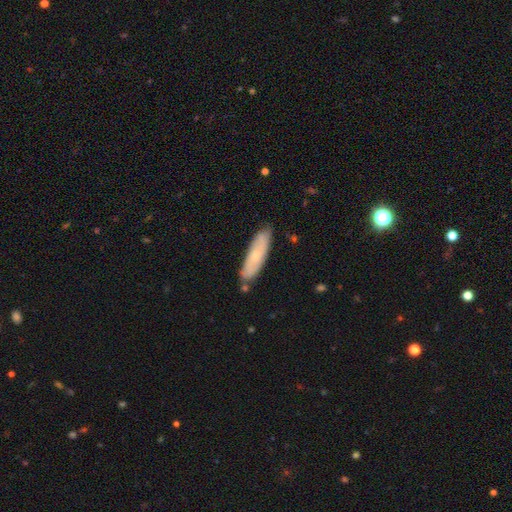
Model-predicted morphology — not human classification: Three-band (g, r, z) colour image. It shows a smooth galaxy with no disk features (58%) that is cigar-shaped (63%). Merging: none (79%).